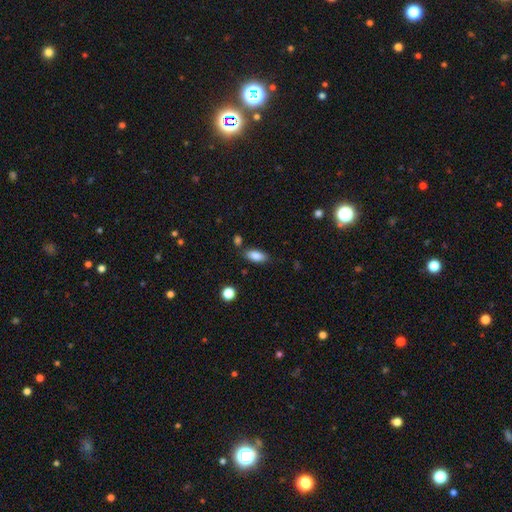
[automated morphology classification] This appears to be a smooth galaxy with no disk features (86%) that is in between round and cigar-shaped (87%). Merging: none (79%).